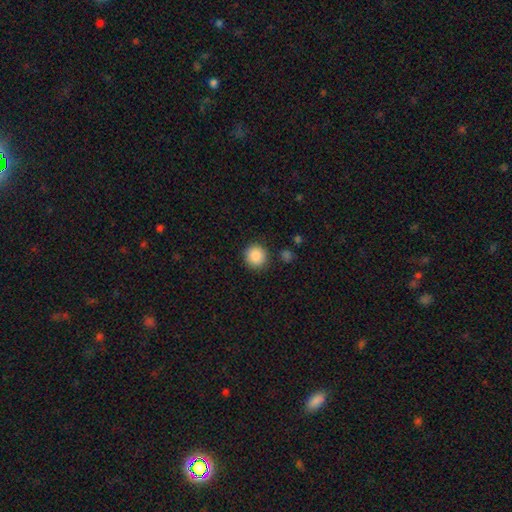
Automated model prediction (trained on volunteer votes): smooth 88%, star or artifact 8%, featured or disk 3%. Down the decision tree: how rounded — round (92%); merging — none (89%).